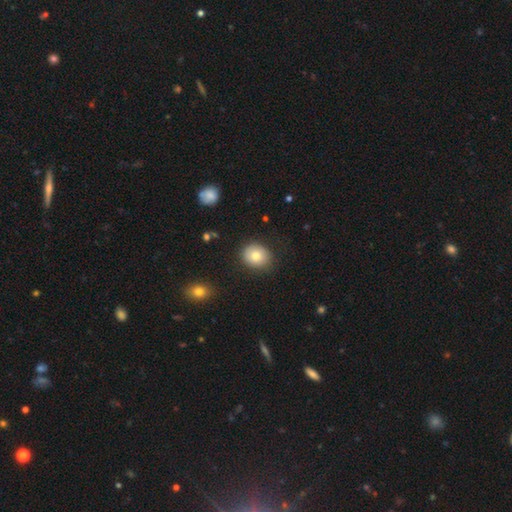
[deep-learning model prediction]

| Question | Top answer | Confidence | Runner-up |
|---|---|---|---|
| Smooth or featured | smooth | 78% | featured or disk (13%) |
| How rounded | round | 65% | in between (34%) |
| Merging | none | 83% | minor disturbance (12%) |